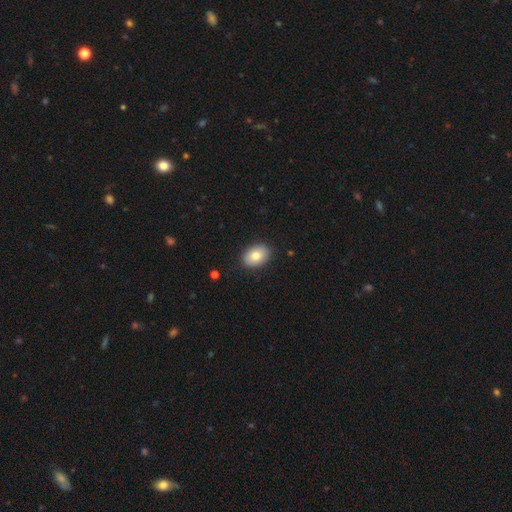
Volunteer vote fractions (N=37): This is likely a smooth galaxy (76%). How rounded: likely in between (75%). Merging: clearly none (97%).